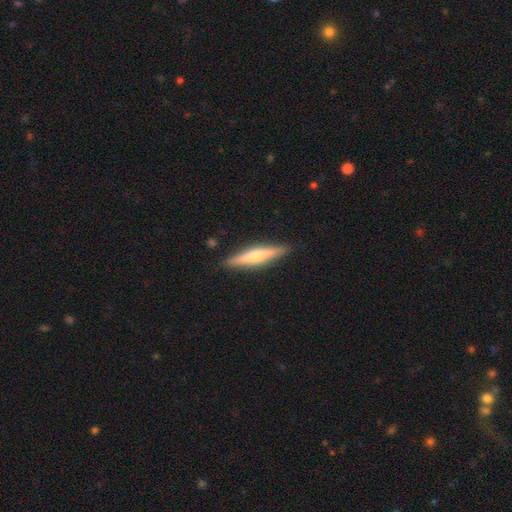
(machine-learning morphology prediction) Q: Smooth or featured?
A: featured or disk (52%); runner-up: smooth (42%)
Q: Edge-on disk?
A: yes (95%); runner-up: no (5%)
Q: Merging?
A: none (90%); runner-up: minor disturbance (8%)